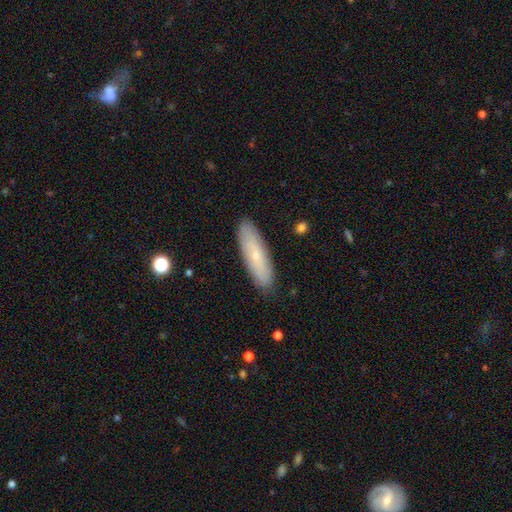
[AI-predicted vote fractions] smooth-or-featured: smooth: 64% | featured or disk: 30% | star or artifact: 6%
  how-rounded: cigar-shaped: 59% | in between: 39% | round: 2%
  merging: none: 88% | minor disturbance: 9% | major disturbance: 2% | merger: 1%